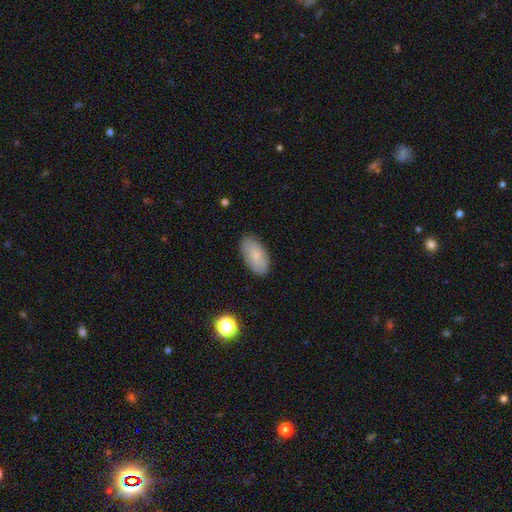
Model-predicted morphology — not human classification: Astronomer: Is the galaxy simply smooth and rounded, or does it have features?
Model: smooth — 78%.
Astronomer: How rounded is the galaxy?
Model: in between — 94%.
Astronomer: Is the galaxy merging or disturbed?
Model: none — 86%.